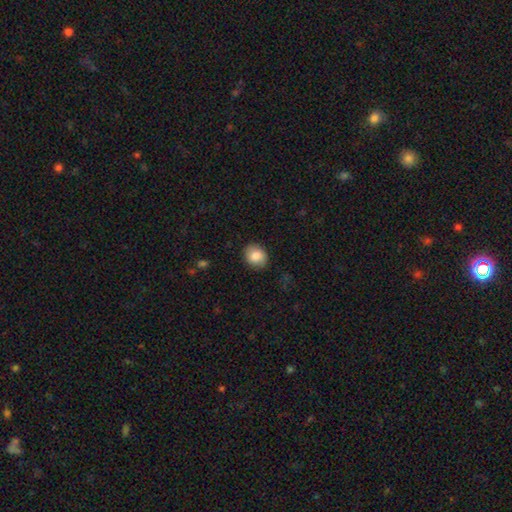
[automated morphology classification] type=smooth (85%); roundness=round (58%); merging=none (87%).